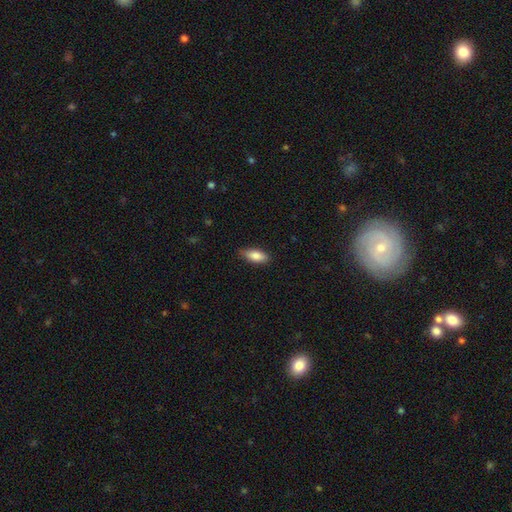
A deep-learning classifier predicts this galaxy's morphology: Q: Smooth or featured?
A: smooth (85%); runner-up: featured or disk (9%)
Q: How rounded?
A: in between (82%); runner-up: cigar-shaped (16%)
Q: Merging?
A: none (83%); runner-up: minor disturbance (14%)